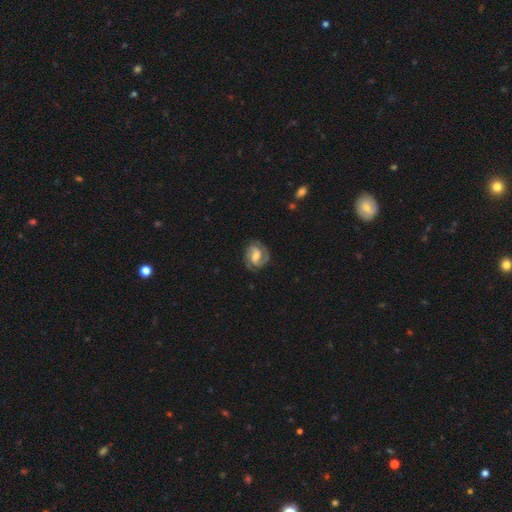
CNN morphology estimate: smooth_or_featured: featured or disk (p=0.83) [alt: smooth p=0.11]
disk_edge_on: no (p=0.98) [alt: yes p=0.02]
bar: weak (p=0.54) [alt: no p=0.24]
has_spiral_arms: yes (p=0.96) [alt: no p=0.04]
spiral_winding: medium (p=0.47) [alt: tight p=0.41]
spiral_arm_count: 2 (p=0.87) [alt: can't tell p=0.05]
bulge_size: moderate (p=0.51) [alt: small p=0.29]
merging: none (p=0.79) [alt: minor disturbance p=0.14]